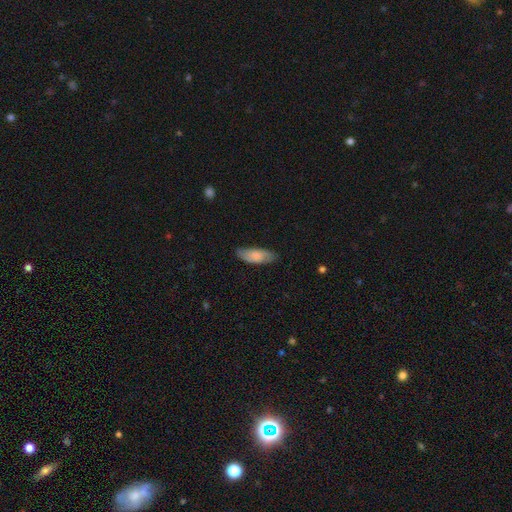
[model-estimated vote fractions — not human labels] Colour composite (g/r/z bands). It shows a smooth galaxy with no disk features (71%) that is in between round and cigar-shaped (75%). Merging: none (79%).